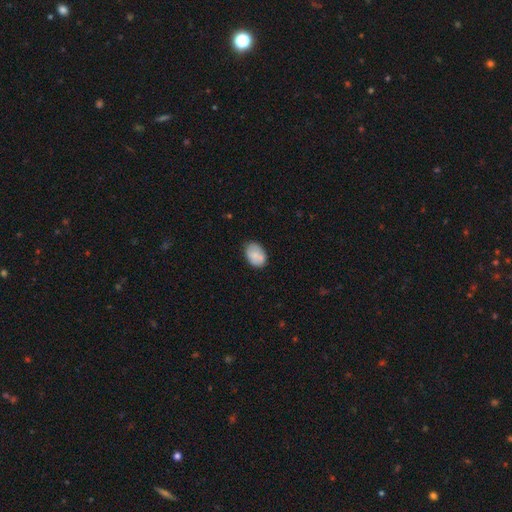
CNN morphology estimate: Q: Smooth or featured?
A: smooth (80%); runner-up: featured or disk (13%)
Q: How rounded?
A: in between (83%); runner-up: round (16%)
Q: Merging?
A: none (74%); runner-up: minor disturbance (19%)